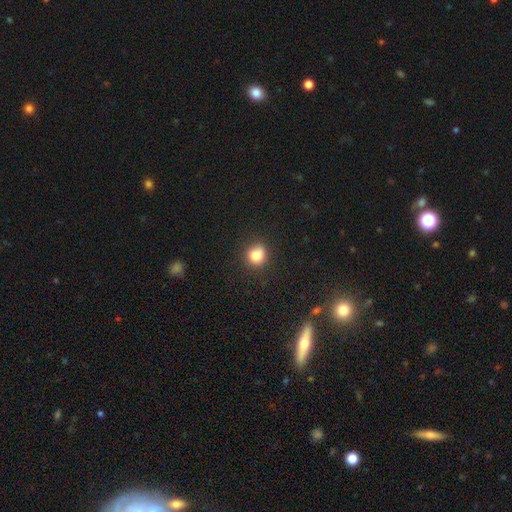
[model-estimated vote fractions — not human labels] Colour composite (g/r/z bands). It shows a smooth galaxy with no disk features (84%) that is round (81%). Merging: none (81%).